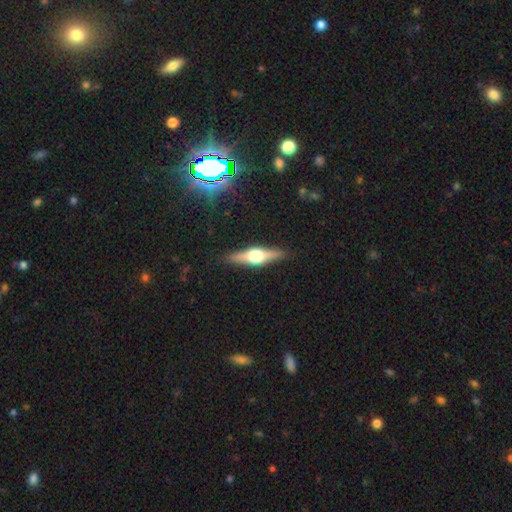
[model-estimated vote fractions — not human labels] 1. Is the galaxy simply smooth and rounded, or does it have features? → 70% featured or disk, 24% smooth, 6% star or artifact.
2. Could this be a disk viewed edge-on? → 96% yes, 4% no.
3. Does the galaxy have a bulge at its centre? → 92% rounded, 7% boxy, 2% none.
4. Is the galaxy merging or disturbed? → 89% none, 8% minor disturbance, 2% major disturbance, 1% merger.